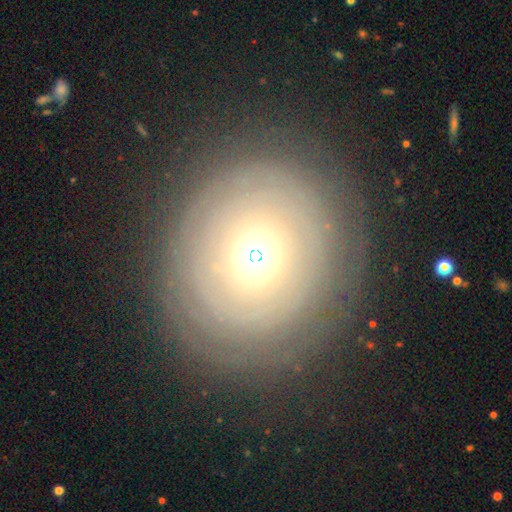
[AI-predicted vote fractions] This appears to be a featured or disk galaxy (52%). Merging: none (75%).